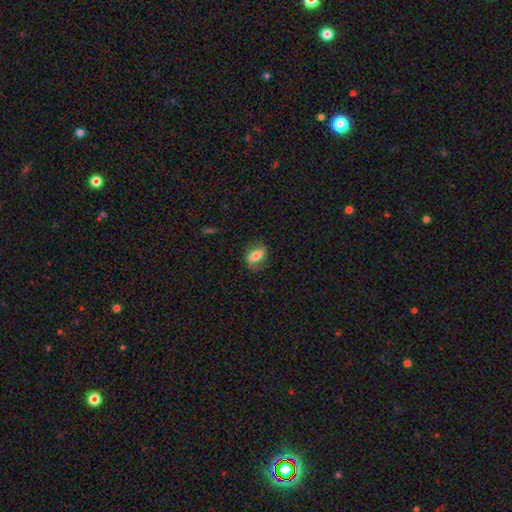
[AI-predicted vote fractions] The model was most divided on "smooth or featured": smooth: 61%, featured or disk: 31%, star or artifact: 8%. More confident: how rounded — in between (82%); merging — none (70%).